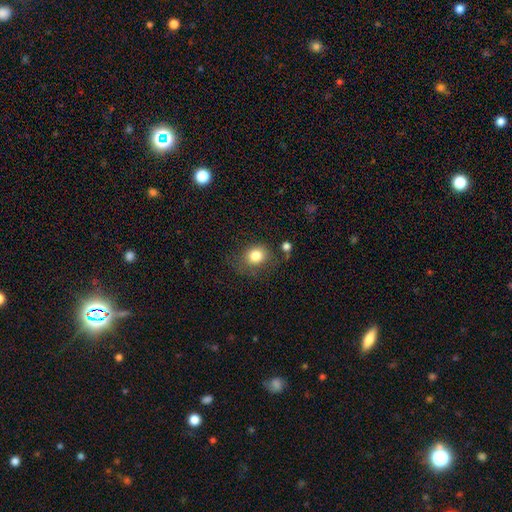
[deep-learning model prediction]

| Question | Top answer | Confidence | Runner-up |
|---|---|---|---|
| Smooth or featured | smooth | 82% | star or artifact (10%) |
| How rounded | round | 69% | in between (30%) |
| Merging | none | 69% | minor disturbance (19%) |